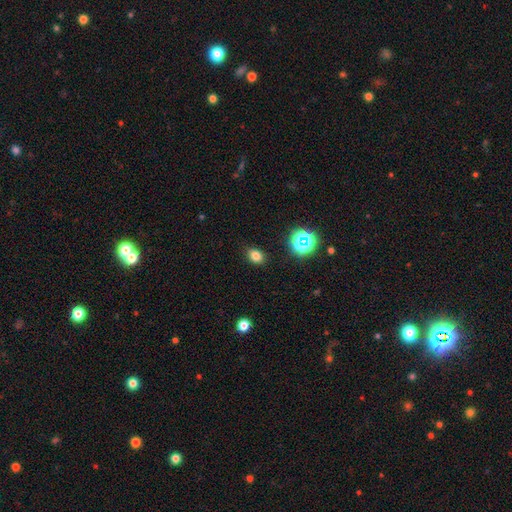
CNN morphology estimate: Smooth or featured?
  - smooth: 76% *
  - star or artifact: 17%
  - featured or disk: 7%
How rounded?
  - in between: 62% *
  - round: 36%
  - cigar-shaped: 1%
Merging?
  - none: 86% *
  - minor disturbance: 10%
  - major disturbance: 3%
  - merger: 1%